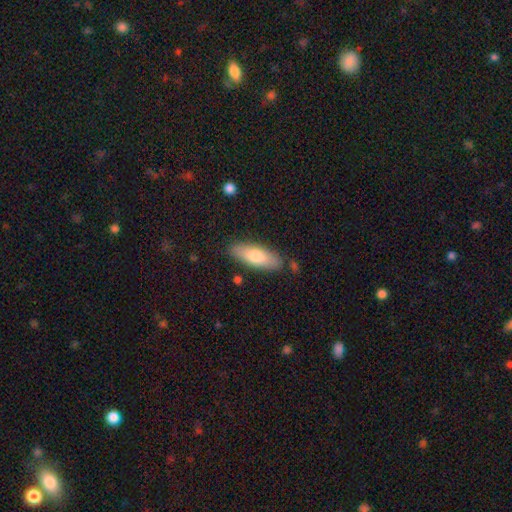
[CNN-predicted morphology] This appears to be a smooth galaxy with no disk features (72%) that is in between round and cigar-shaped (67%). Merging: none (83%).